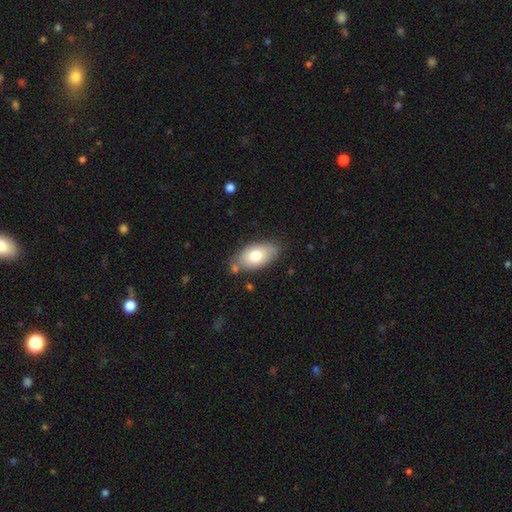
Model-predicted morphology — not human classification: This appears to be a smooth galaxy with no disk features (74%) that is in between round and cigar-shaped (93%). Merging: none (73%).